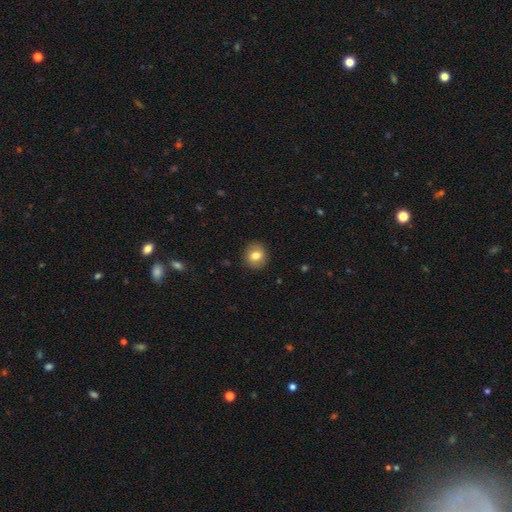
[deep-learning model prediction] Smooth or featured? smooth (80%)
How rounded? round (80%)
Merging? none (89%)